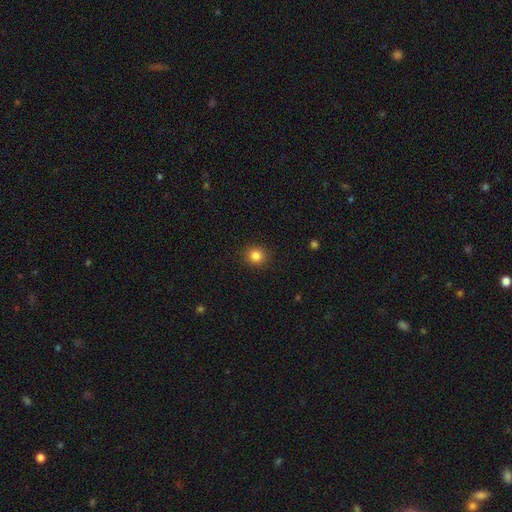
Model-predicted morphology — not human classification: Q: Smooth or featured?
A: smooth (84%); runner-up: star or artifact (12%)
Q: How rounded?
A: round (91%); runner-up: in between (8%)
Q: Merging?
A: none (91%); runner-up: minor disturbance (6%)